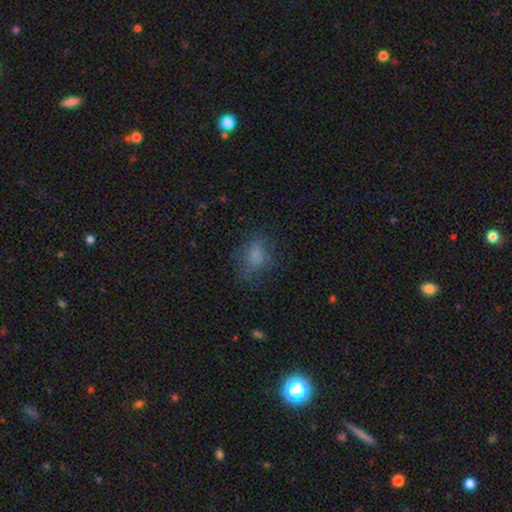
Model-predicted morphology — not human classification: Smooth or featured? Predicted: smooth (p=0.70). How rounded? Predicted: in between (p=0.69). Merging? Predicted: none (p=0.56).